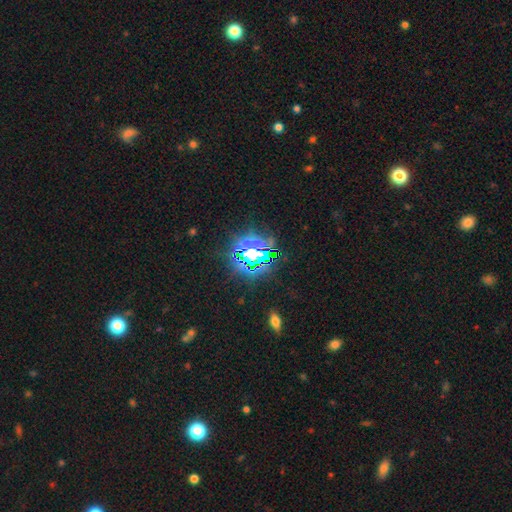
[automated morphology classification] The model was most divided on "smooth or featured": star or artifact: 72%, smooth: 18%, featured or disk: 10%.